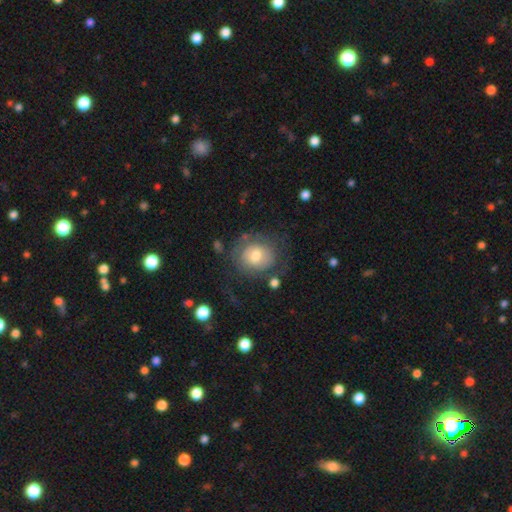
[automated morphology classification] Smooth or featured?
  - smooth: 56% *
  - featured or disk: 35%
  - star or artifact: 9%
How rounded?
  - round: 76% *
  - in between: 23%
  - cigar-shaped: 1%
Merging?
  - none: 60% *
  - minor disturbance: 19%
  - major disturbance: 17%
  - merger: 3%